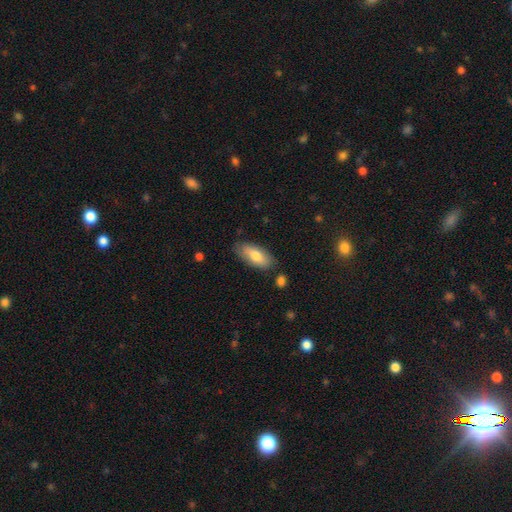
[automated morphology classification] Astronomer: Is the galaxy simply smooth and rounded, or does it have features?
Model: smooth — 75%.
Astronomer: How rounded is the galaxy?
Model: in between — 85%.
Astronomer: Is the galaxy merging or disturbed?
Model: none — 79%.